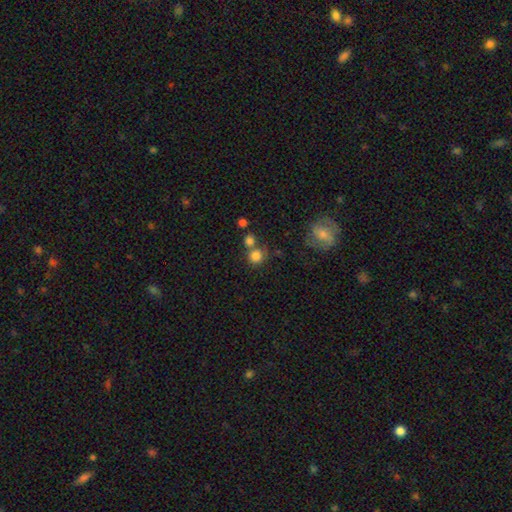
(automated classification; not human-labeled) This is clearly a smooth galaxy (81%). How rounded: clearly round (87%). Merging: possibly none (55%).